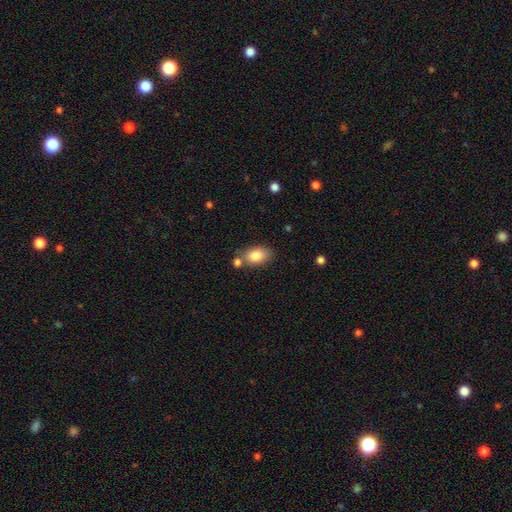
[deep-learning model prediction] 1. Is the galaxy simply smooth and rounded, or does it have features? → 84% smooth, 9% featured or disk, 8% star or artifact.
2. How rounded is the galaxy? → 87% in between, 11% round, 2% cigar-shaped.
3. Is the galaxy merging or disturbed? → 65% none, 16% merger, 15% minor disturbance, 4% major disturbance.